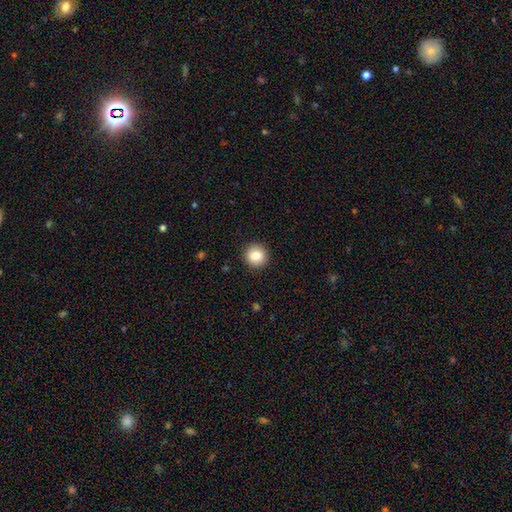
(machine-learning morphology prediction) Smooth or featured? Predicted: smooth (p=0.84). How rounded? Predicted: round (p=0.94). Merging? Predicted: none (p=0.92).